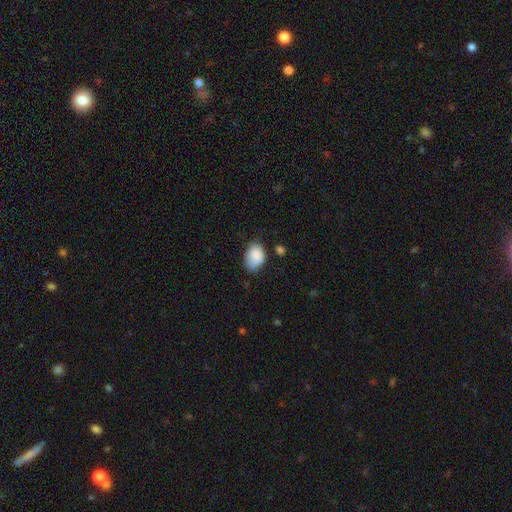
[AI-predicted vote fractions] A smooth galaxy with no disk features (86%) that is in between round and cigar-shaped (80%).

Vote fractions:
- Smooth or featured? smooth: 86% / star or artifact: 7% / featured or disk: 6%
- How rounded? in between: 80% / round: 19% / cigar-shaped: 1%
- Merging? none: 58% / minor disturbance: 32% / major disturbance: 6% / merger: 4%